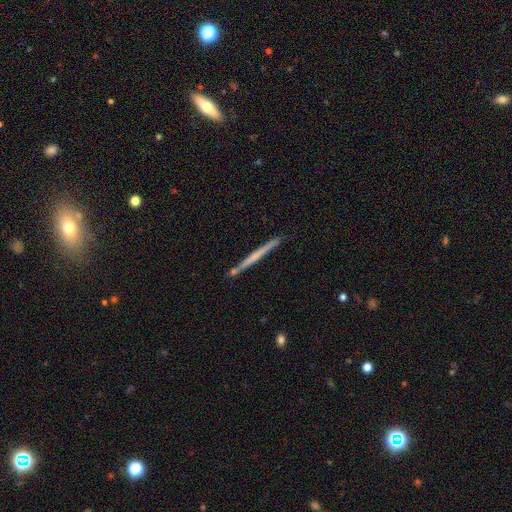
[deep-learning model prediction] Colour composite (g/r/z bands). It shows a featured or disk galaxy (55%) viewed edge-on (98%) with no central bulge (81%). Merging: none (86%).